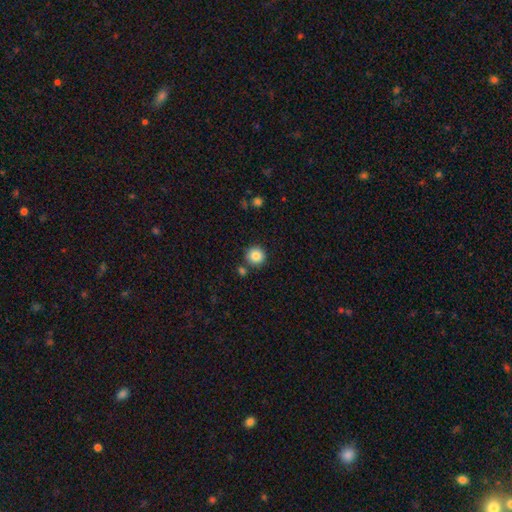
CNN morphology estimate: Q: Smooth or featured?
A: smooth (86%); runner-up: star or artifact (9%)
Q: How rounded?
A: round (94%); runner-up: in between (5%)
Q: Merging?
A: none (83%); runner-up: minor disturbance (8%)